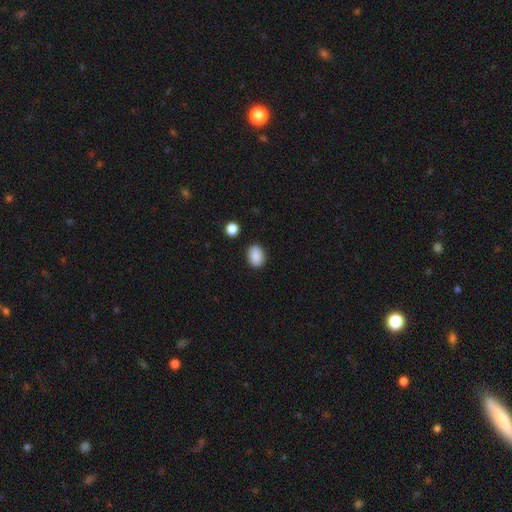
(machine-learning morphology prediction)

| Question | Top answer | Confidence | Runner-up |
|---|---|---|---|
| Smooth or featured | smooth | 89% | star or artifact (8%) |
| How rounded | in between | 71% | round (28%) |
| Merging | none | 87% | minor disturbance (9%) |